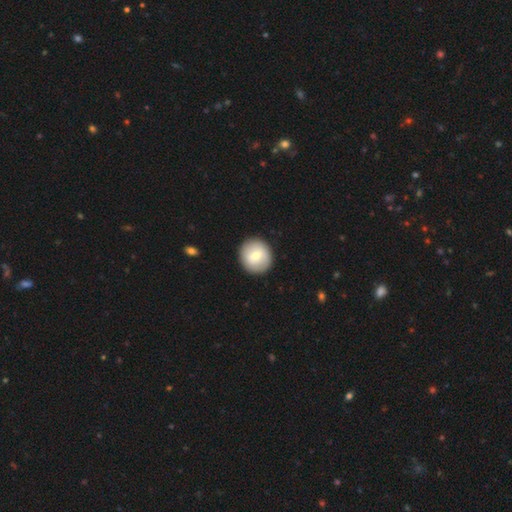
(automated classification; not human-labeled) Q: Smooth or featured?
A: smooth (67%); runner-up: featured or disk (27%)
Q: How rounded?
A: round (93%); runner-up: in between (6%)
Q: Merging?
A: none (91%); runner-up: minor disturbance (6%)